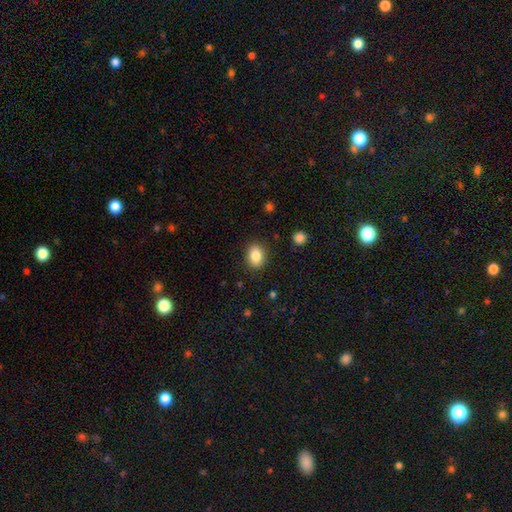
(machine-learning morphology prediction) This is clearly a smooth galaxy (85%). How rounded: likely in between (68%). Merging: clearly none (88%).